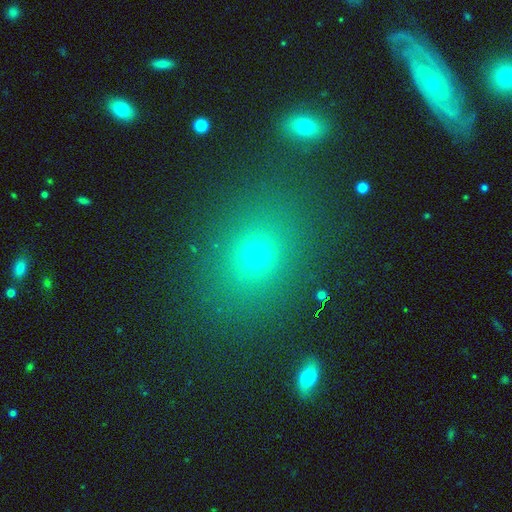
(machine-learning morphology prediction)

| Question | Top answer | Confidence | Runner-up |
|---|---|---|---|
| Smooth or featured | smooth | 63% | star or artifact (26%) |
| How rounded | round | 56% | in between (43%) |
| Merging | none | 84% | minor disturbance (9%) |